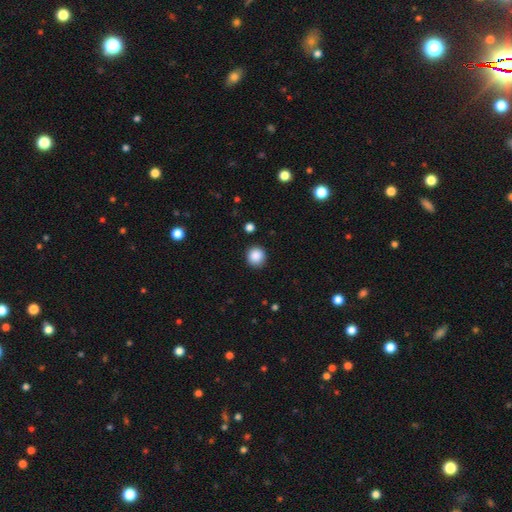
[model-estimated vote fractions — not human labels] This appears to be a smooth galaxy with no disk features (88%) that is round (91%). Merging: none (90%).